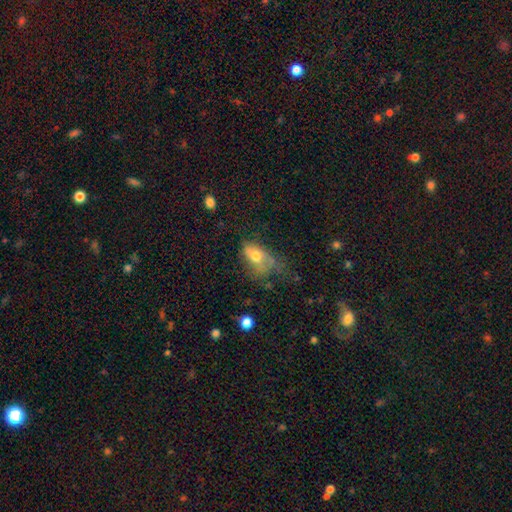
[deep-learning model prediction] Q: Smooth or featured?
A: smooth (64%); runner-up: featured or disk (26%)
Q: How rounded?
A: in between (86%); runner-up: round (11%)
Q: Merging?
A: major disturbance (37%); runner-up: minor disturbance (31%)